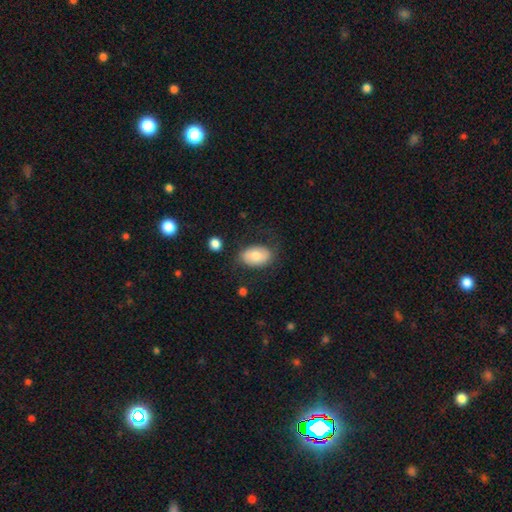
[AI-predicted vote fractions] Smooth or featured?
  - smooth: 72% *
  - featured or disk: 21%
  - star or artifact: 7%
How rounded?
  - in between: 89% *
  - round: 10%
  - cigar-shaped: 1%
Merging?
  - none: 70% *
  - minor disturbance: 19%
  - major disturbance: 8%
  - merger: 3%